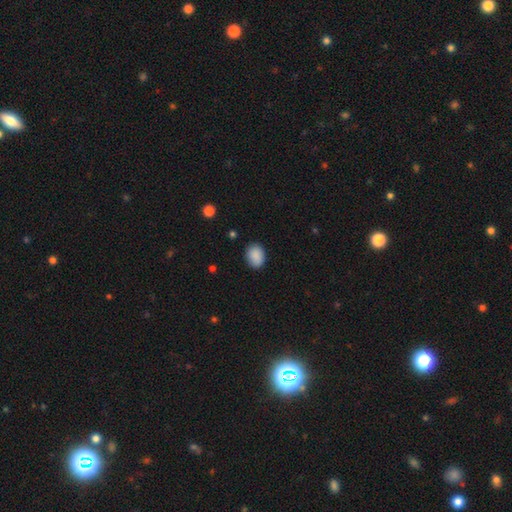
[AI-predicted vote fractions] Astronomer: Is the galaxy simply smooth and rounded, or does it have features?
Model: smooth — 89%.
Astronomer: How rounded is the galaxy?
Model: in between — 65%.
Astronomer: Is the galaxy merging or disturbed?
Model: none — 86%.